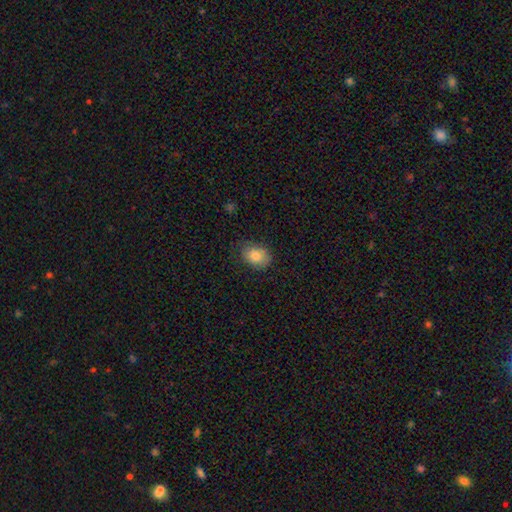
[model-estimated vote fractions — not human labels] smooth-or-featured: smooth: 83% | featured or disk: 9% | star or artifact: 8%
  how-rounded: in between: 62% | round: 37% | cigar-shaped: 1%
  merging: none: 75% | minor disturbance: 19% | major disturbance: 4% | merger: 1%